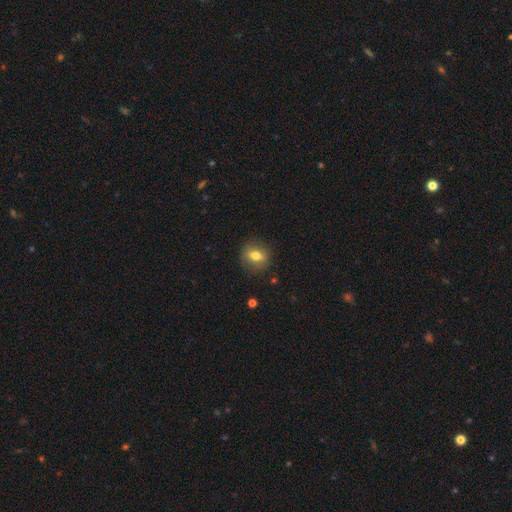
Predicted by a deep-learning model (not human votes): Q: Smooth or featured?
A: smooth (63%); runner-up: featured or disk (27%)
Q: How rounded?
A: round (62%); runner-up: in between (35%)
Q: Merging?
A: none (83%); runner-up: minor disturbance (12%)